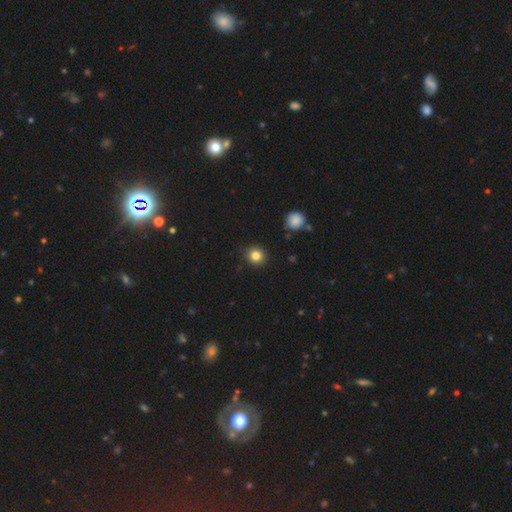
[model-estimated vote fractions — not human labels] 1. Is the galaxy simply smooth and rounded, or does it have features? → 83% smooth, 11% star or artifact, 6% featured or disk.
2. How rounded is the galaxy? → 90% round, 9% in between, 1% cigar-shaped.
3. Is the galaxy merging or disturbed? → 90% none, 6% minor disturbance, 2% major disturbance, 1% merger.